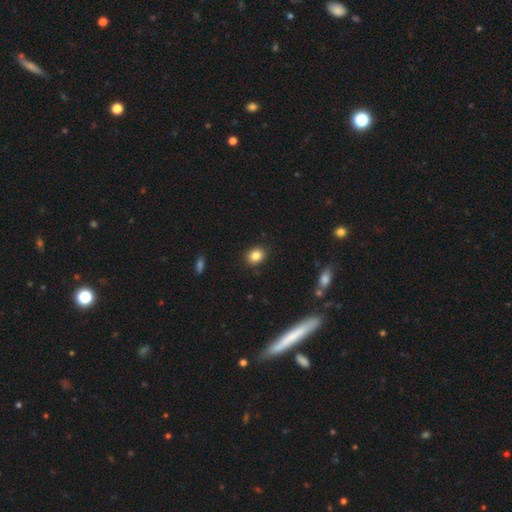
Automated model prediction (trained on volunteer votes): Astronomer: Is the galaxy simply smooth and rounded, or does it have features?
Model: smooth — 84%.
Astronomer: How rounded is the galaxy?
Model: round — 50% (runner-up: in between, 49%).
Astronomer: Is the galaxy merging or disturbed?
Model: none — 89%.